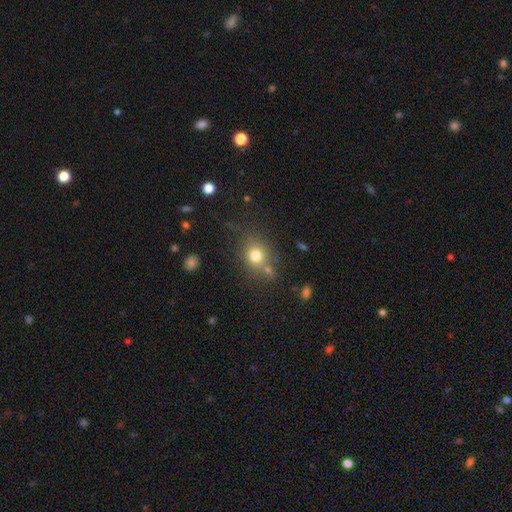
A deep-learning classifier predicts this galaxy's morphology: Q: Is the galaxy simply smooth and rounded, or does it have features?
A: smooth — 74%.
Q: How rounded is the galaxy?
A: round — 74%.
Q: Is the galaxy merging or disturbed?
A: none — 66%.